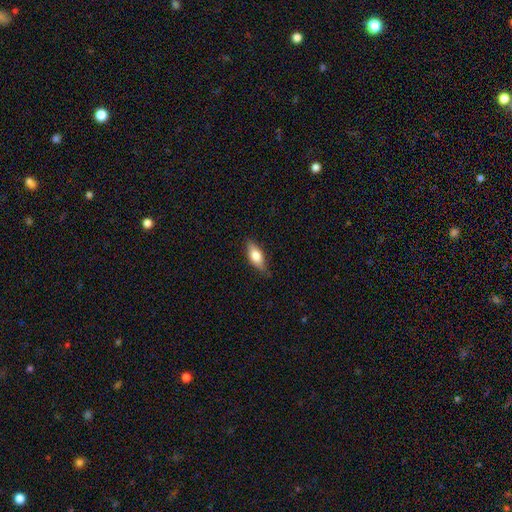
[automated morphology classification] Smooth or featured? Predicted: smooth (p=0.69). How rounded? Predicted: in between (p=0.75). Merging? Predicted: none (p=0.79).